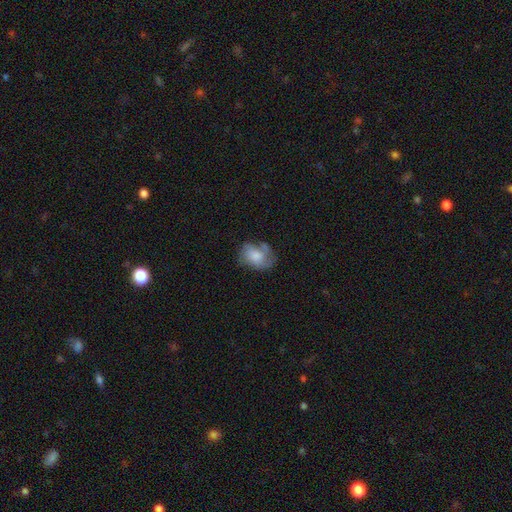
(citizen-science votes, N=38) Overall: smooth (61%; featured or disk 34%). How rounded: in between (74%). Merging: none (50%; major disturbance 31%).